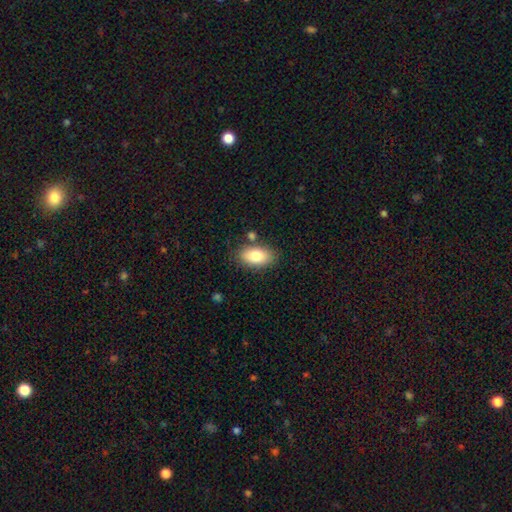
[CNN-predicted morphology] This is clearly a smooth galaxy (81%). How rounded: clearly in between (91%). Merging: likely none (79%).